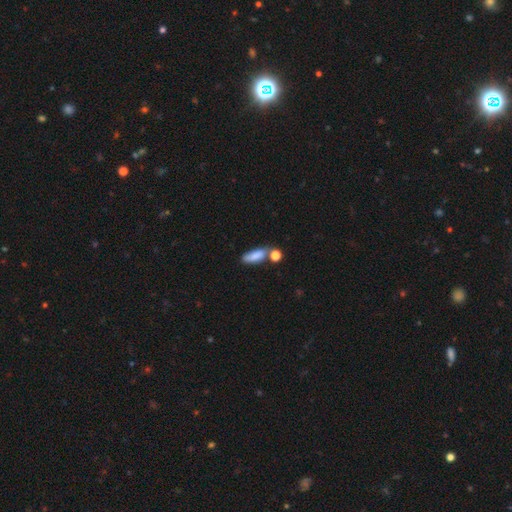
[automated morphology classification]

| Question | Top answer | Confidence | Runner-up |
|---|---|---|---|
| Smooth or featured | smooth | 79% | featured or disk (13%) |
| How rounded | in between | 65% | cigar-shaped (29%) |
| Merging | none | 51% | merger (24%) |